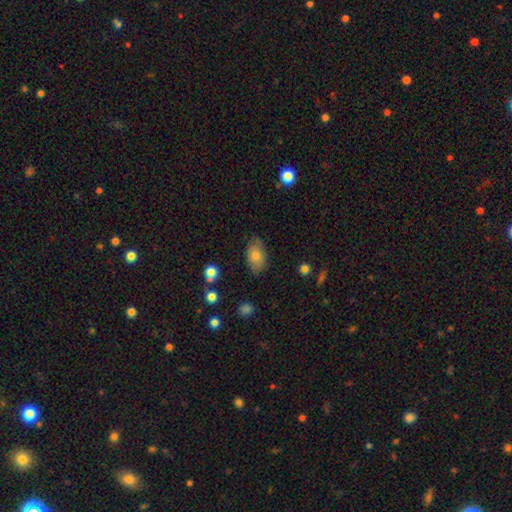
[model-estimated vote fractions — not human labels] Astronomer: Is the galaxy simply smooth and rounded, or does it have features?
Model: smooth — 73%.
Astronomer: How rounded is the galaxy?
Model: in between — 89%.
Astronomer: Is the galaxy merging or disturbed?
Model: none — 74%.